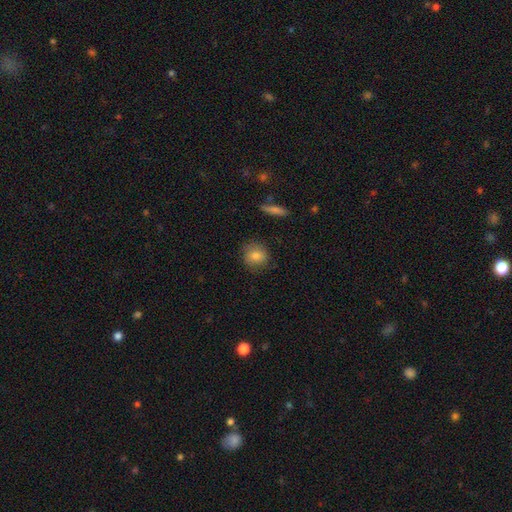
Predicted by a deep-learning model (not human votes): This is clearly a smooth galaxy (81%). How rounded: clearly round (82%). Merging: clearly none (82%).